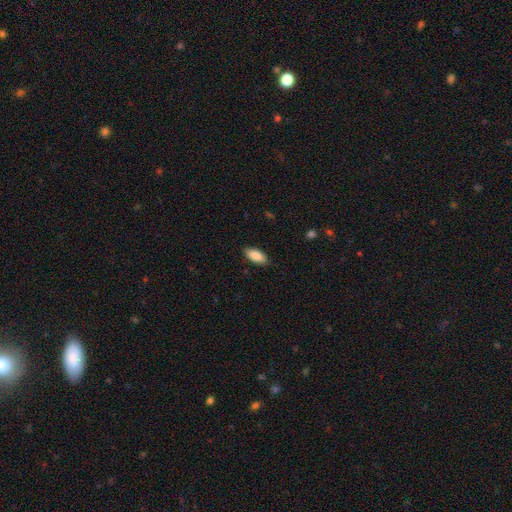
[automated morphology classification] Smooth or featured?
  - smooth: 87% *
  - featured or disk: 7%
  - star or artifact: 6%
How rounded?
  - in between: 89% *
  - cigar-shaped: 9%
  - round: 2%
Merging?
  - none: 88% *
  - minor disturbance: 9%
  - major disturbance: 2%
  - merger: 1%